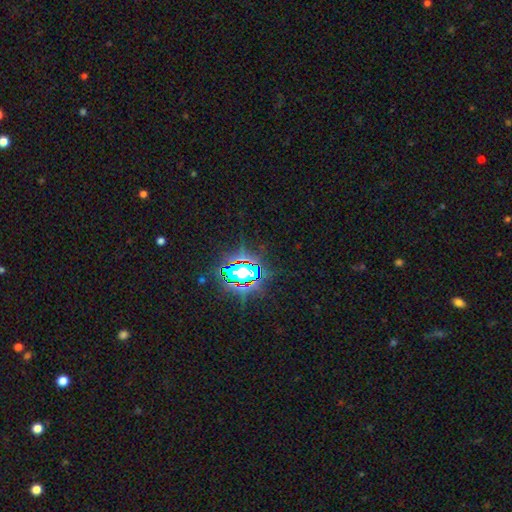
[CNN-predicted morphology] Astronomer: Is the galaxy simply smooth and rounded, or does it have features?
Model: star or artifact — 82%.